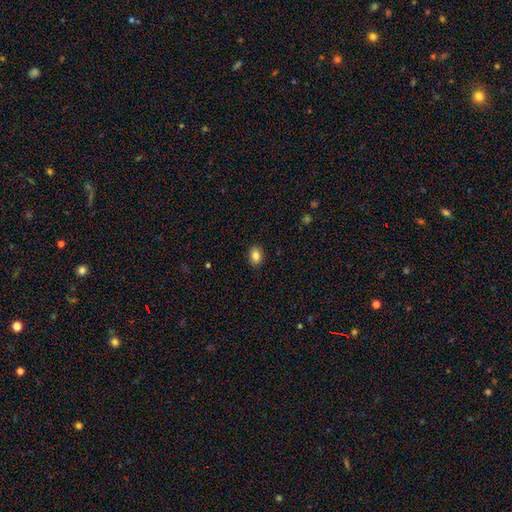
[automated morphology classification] A smooth galaxy with no disk features (84%) that is in between round and cigar-shaped (73%). Merging: none (88%).